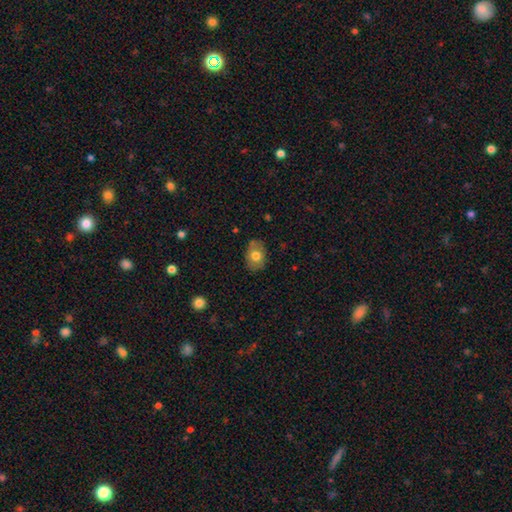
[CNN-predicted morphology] smooth 74%, featured or disk 18%, star or artifact 8%. Down the decision tree: how rounded — in between (68%); merging — none (78%).